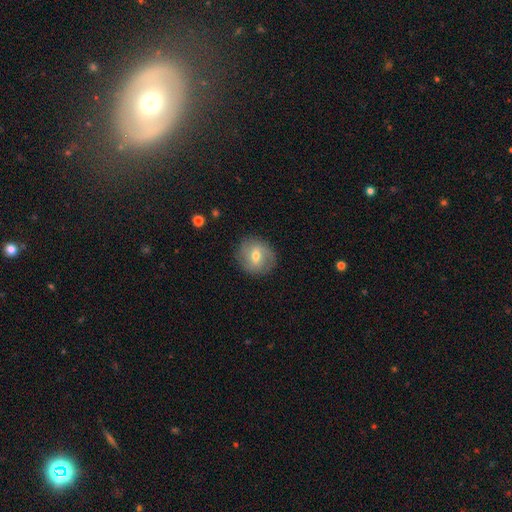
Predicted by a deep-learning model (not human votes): smooth_or_featured: smooth (p=0.47) [alt: featured or disk p=0.44]
merging: none (p=0.84) [alt: minor disturbance p=0.11]